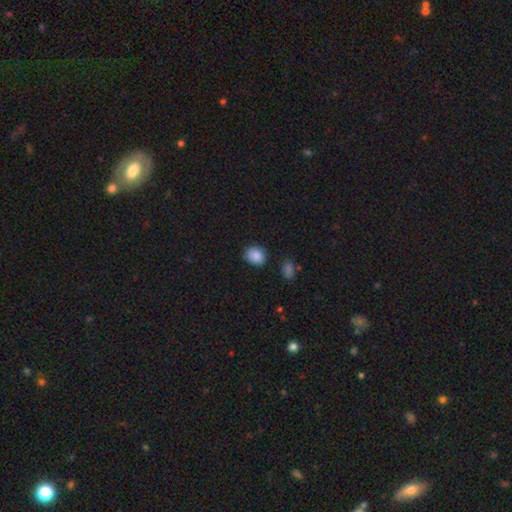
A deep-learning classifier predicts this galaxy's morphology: smooth-or-featured: smooth: 88% | star or artifact: 9% | featured or disk: 3%
  how-rounded: round: 64% | in between: 35% | cigar-shaped: 1%
  merging: none: 84% | minor disturbance: 11% | major disturbance: 3% | merger: 3%